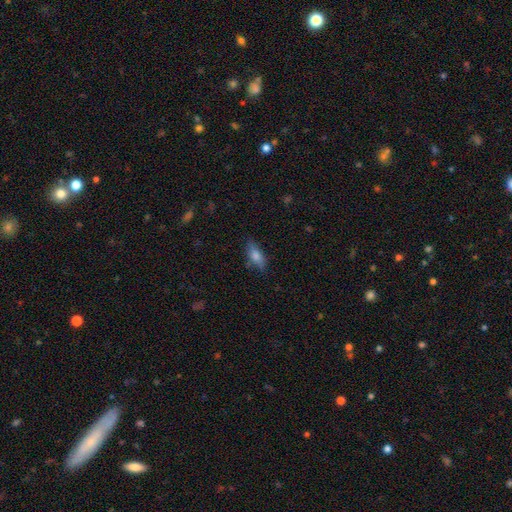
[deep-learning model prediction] Overall: smooth (67%). How rounded: in between (64%; cigar-shaped 33%). Merging: none (77%).